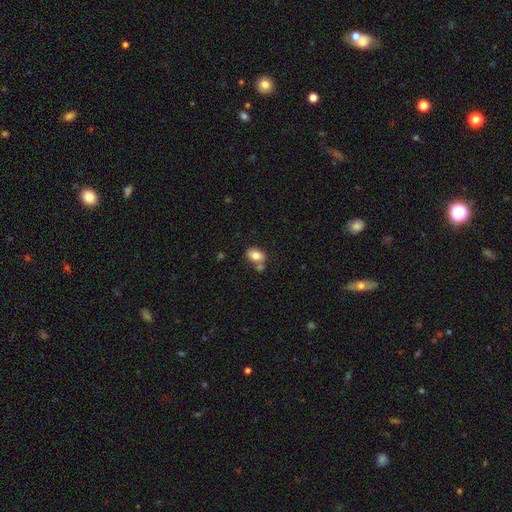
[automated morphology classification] A smooth galaxy with no disk features (81%) that is in between round and cigar-shaped (85%).

Vote fractions:
- Smooth or featured? smooth: 81% / featured or disk: 11% / star or artifact: 8%
- How rounded? in between: 85% / round: 14% / cigar-shaped: 1%
- Merging? none: 59% / merger: 23% / minor disturbance: 14% / major disturbance: 4%